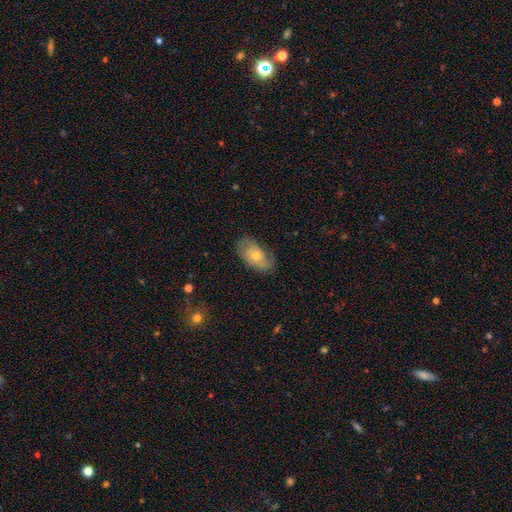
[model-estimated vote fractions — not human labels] Overall: smooth (53%; featured or disk 40%). How rounded: in between (92%). Merging: none (66%).